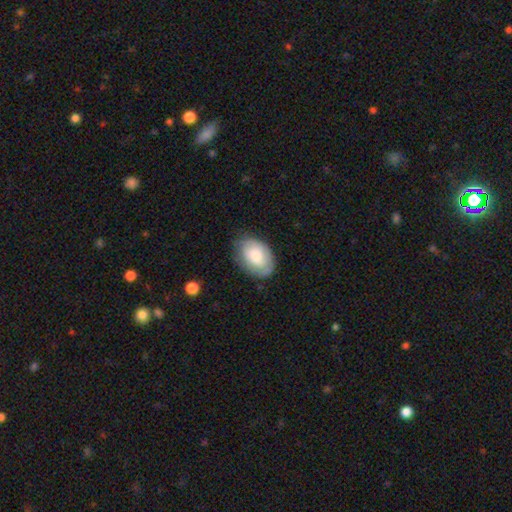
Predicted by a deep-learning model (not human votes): This is likely a smooth galaxy (68%). How rounded: clearly in between (86%). Merging: likely none (72%).